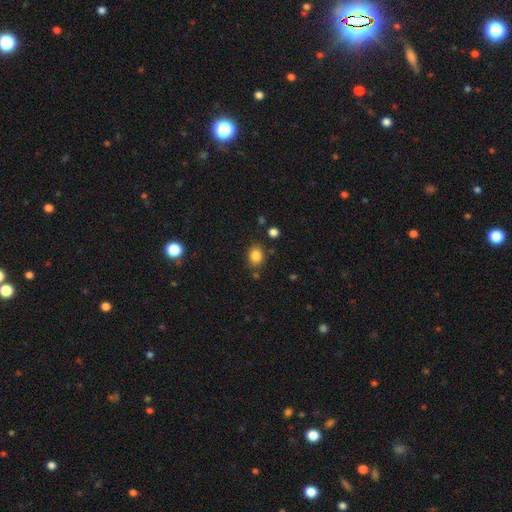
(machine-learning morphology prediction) Smooth or featured? smooth (84%)
How rounded? in between (50%)
Merging? none (79%)